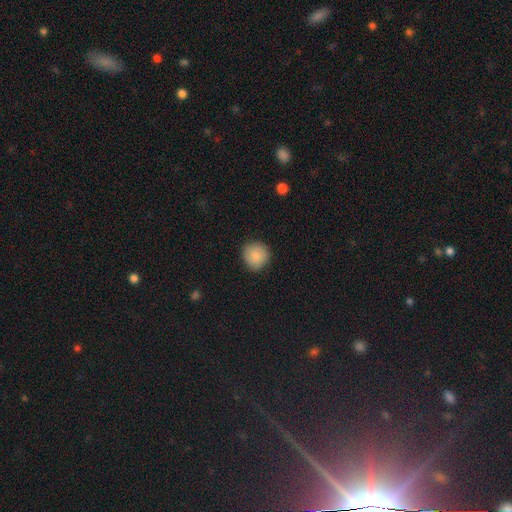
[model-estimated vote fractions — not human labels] smooth 86%, star or artifact 8%, featured or disk 7%. Down the decision tree: how rounded — round (91%); merging — none (84%).